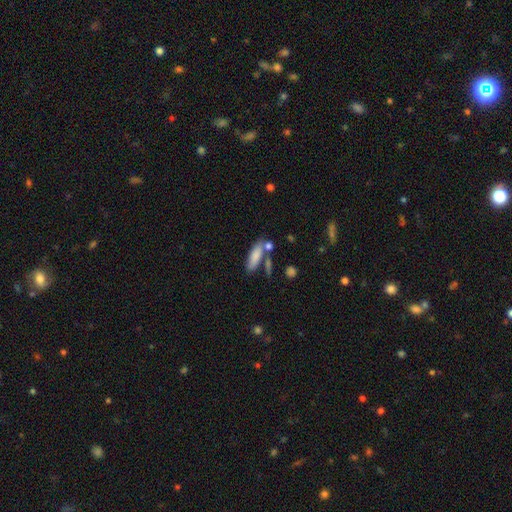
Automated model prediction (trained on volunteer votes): Q: Smooth or featured?
A: smooth (80%); runner-up: featured or disk (12%)
Q: How rounded?
A: in between (53%); runner-up: cigar-shaped (44%)
Q: Merging?
A: none (60%); runner-up: merger (20%)